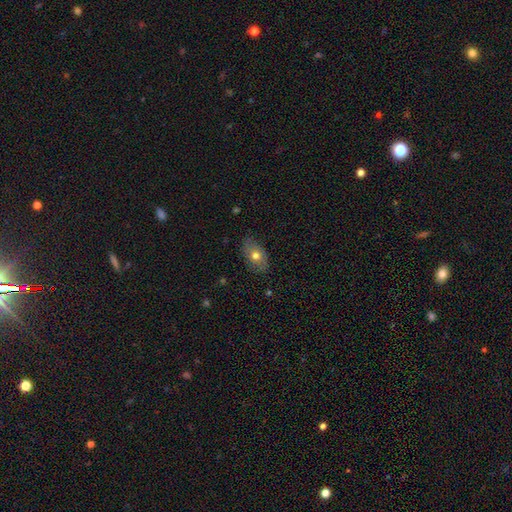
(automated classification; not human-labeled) Smooth or featured? smooth (69%)
How rounded? in between (87%)
Merging? none (80%)